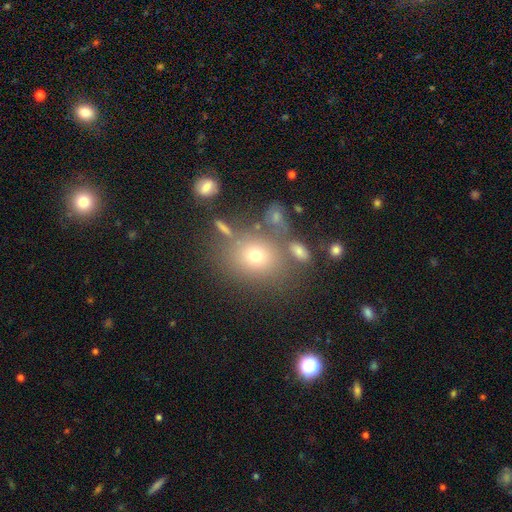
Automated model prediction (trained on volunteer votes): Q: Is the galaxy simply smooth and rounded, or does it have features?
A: smooth — 67%.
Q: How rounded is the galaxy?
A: round — 68%.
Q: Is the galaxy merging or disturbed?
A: none — 69%.